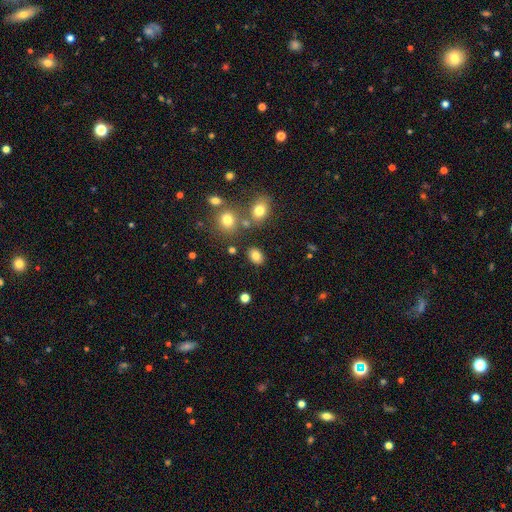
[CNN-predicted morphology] This appears to be a smooth galaxy with no disk features (81%) that is in between round and cigar-shaped (72%). Merging: none (82%).